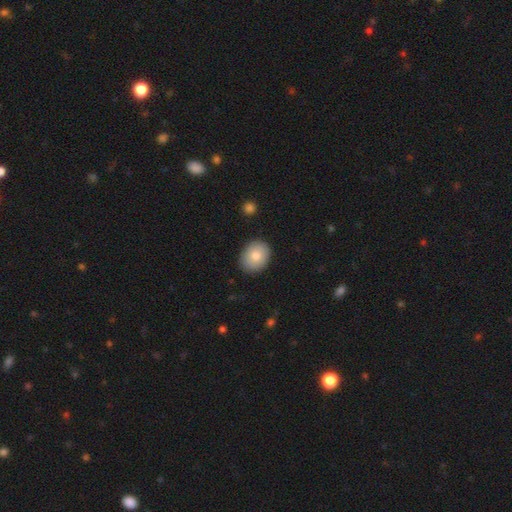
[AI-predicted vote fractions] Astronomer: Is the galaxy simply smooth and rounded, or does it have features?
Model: smooth — 78%.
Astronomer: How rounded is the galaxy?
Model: round — 51% (runner-up: in between, 48%).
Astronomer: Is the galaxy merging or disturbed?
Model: none — 87%.